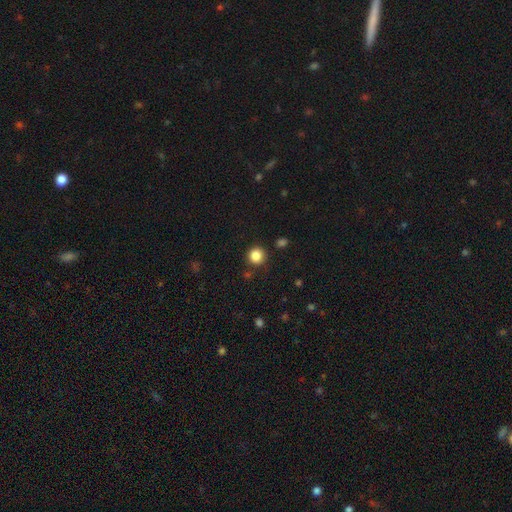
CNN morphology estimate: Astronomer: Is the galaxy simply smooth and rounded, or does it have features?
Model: smooth — 85%.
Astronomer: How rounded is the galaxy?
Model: round — 93%.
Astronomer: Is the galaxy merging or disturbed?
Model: none — 88%.